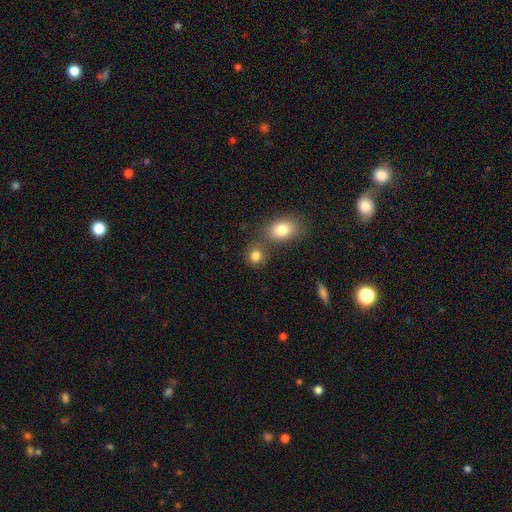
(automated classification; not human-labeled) Morphology: type=smooth (83%); roundness=round (70%); merging=none (60%).